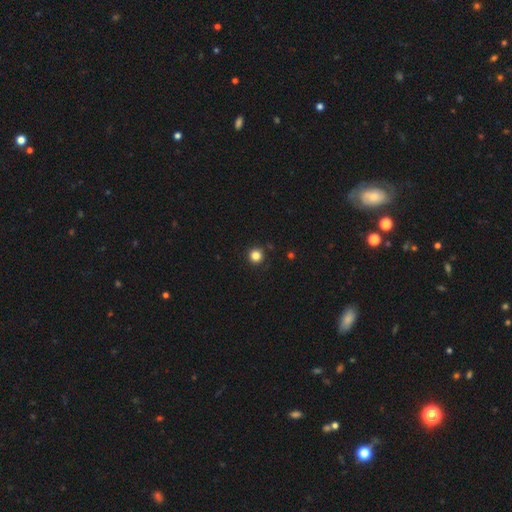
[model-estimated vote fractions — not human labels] Smooth or featured? Predicted: smooth (p=0.83). How rounded? Predicted: round (p=0.96). Merging? Predicted: none (p=0.93).